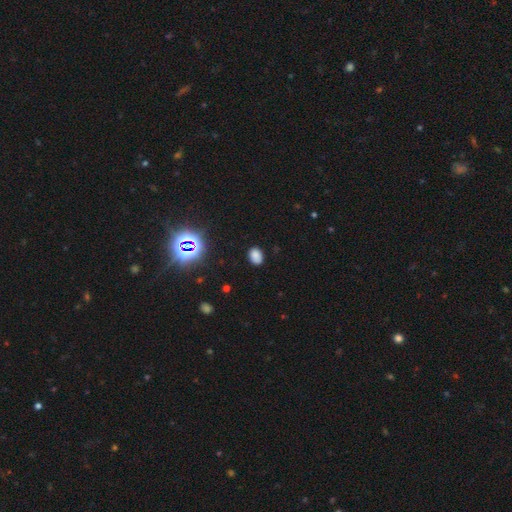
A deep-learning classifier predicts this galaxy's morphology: A smooth galaxy with no disk features (77%) that is in between round and cigar-shaped (74%). Merging: none (84%).